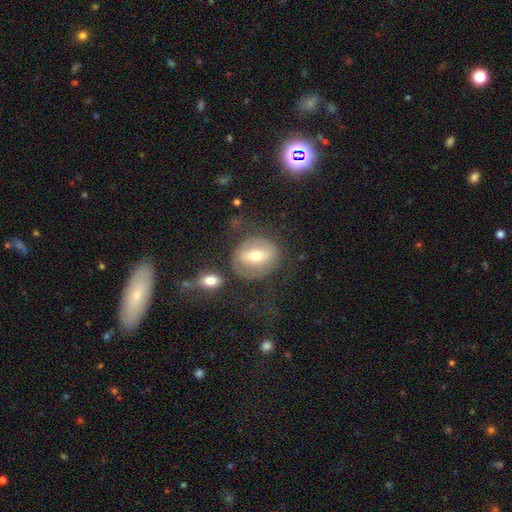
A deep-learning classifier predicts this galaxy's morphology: featured or disk 55%, smooth 38%, star or artifact 7%. Down the decision tree: edge-on disk — no (92%); bar — strong (45%); spiral arms — no (56%); bulge size — moderate (67%); merging — none (63%).